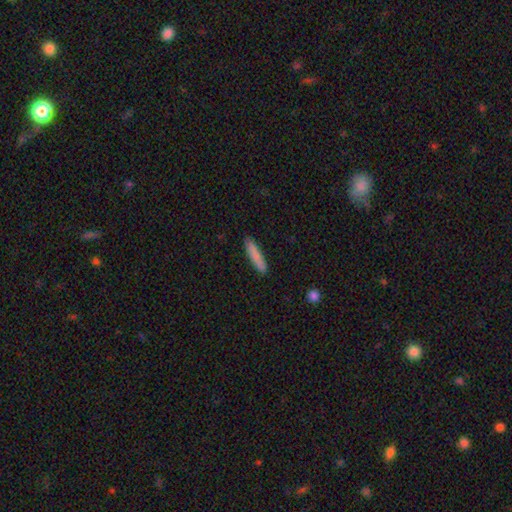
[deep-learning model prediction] A smooth galaxy with no disk features (84%) that is cigar-shaped (89%). Merging: none (88%).